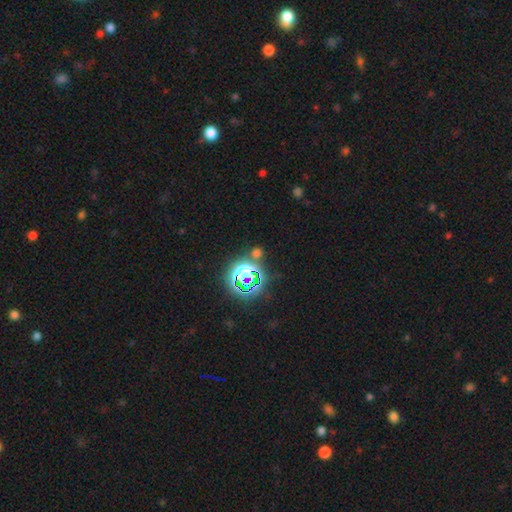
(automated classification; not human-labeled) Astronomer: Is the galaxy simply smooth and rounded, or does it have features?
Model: star or artifact — 70%.